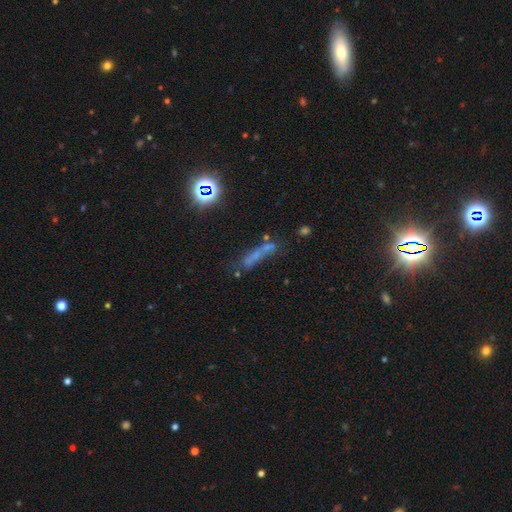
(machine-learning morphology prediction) The model was most divided on "smooth or featured": smooth: 39%, featured or disk: 31%, star or artifact: 30%. Remaining: merging — none (47%).